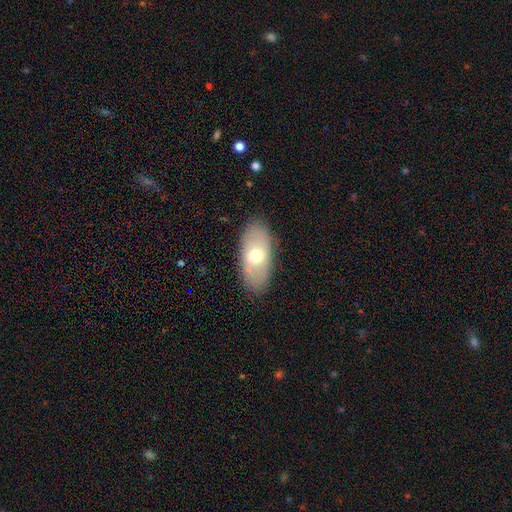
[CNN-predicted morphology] Q: Smooth or featured?
A: smooth (59%); runner-up: featured or disk (34%)
Q: How rounded?
A: in between (90%); runner-up: cigar-shaped (6%)
Q: Merging?
A: none (85%); runner-up: minor disturbance (11%)